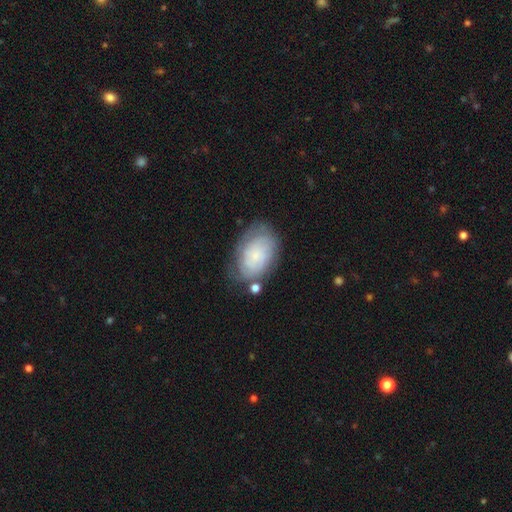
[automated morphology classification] Overall: featured or disk (57%; smooth 34%). Edge-on disk: no (96%). Bar: no (80%). Spiral arms: yes (85%). Bulge size: small (72%). Merging: none (67%).